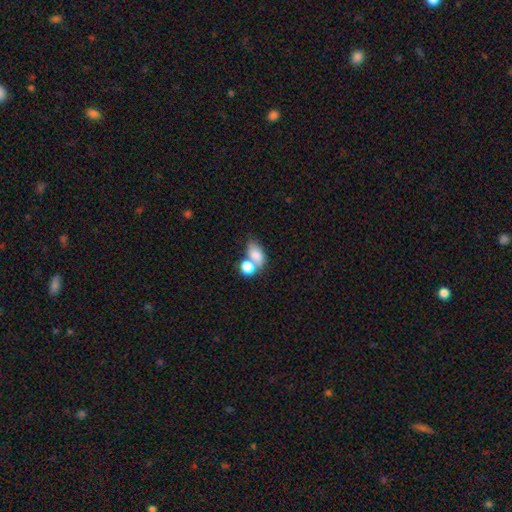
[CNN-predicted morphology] A smooth galaxy with no disk features (78%) that is in between round and cigar-shaped (79%). Merging: merger (49%).